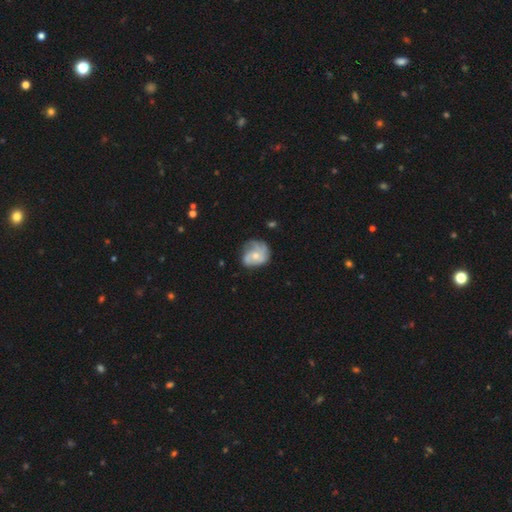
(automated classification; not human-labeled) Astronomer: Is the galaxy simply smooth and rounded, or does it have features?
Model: featured or disk — 57% (runner-up: smooth, 35%).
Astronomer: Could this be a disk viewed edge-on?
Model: no — 98%.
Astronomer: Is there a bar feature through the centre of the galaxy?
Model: no — 78%.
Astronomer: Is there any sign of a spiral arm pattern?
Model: yes — 78%.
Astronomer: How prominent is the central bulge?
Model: small — 50% (runner-up: moderate, 44%).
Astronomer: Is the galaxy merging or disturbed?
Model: none — 54%.